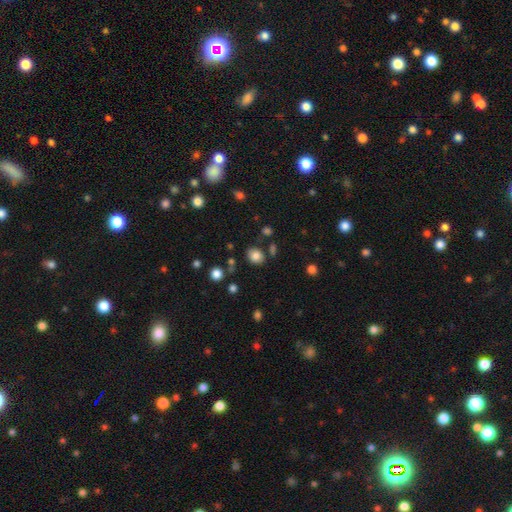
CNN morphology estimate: A smooth galaxy with no disk features (82%) that is round (54%). Merging: none (77%).